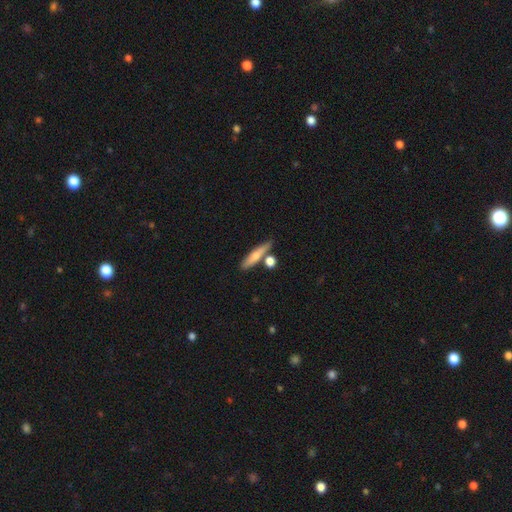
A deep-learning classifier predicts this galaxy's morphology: smooth-or-featured: smooth: 66% | featured or disk: 28% | star or artifact: 7%
  how-rounded: cigar-shaped: 77% | in between: 19% | round: 5%
  merging: none: 69% | merger: 14% | minor disturbance: 13% | major disturbance: 4%